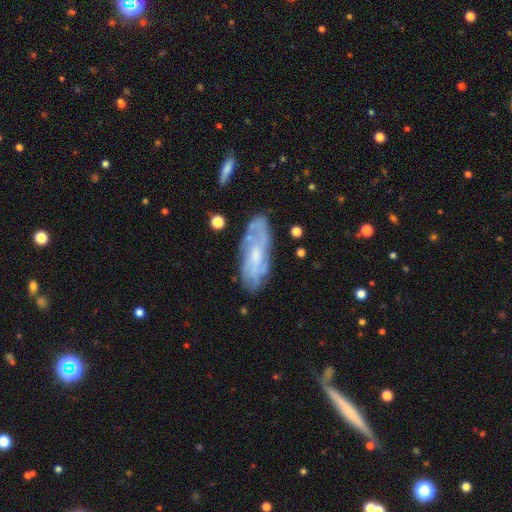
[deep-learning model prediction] The model was most divided on "bulge size": small: 47%, moderate: 33%, none: 15%, large: 3%, dominant: 1%. More confident: edge-on disk — no (85%); spiral arms — yes (79%); merging — none (70%); smooth or featured — featured or disk (67%); bar — no (60%).